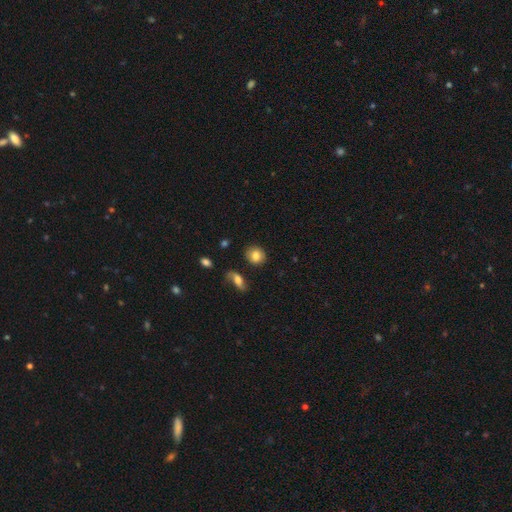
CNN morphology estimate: smooth 81%, featured or disk 11%, star or artifact 8%. Down the decision tree: how rounded — round (80%); merging — none (84%).